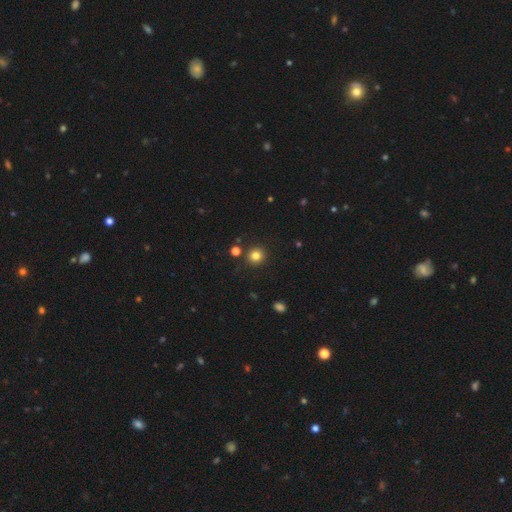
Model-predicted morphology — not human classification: Smooth or featured: smooth — 81% (star or artifact — 13%)
How rounded: round — 91% (in between — 8%)
Merging: none — 88% (minor disturbance — 6%)